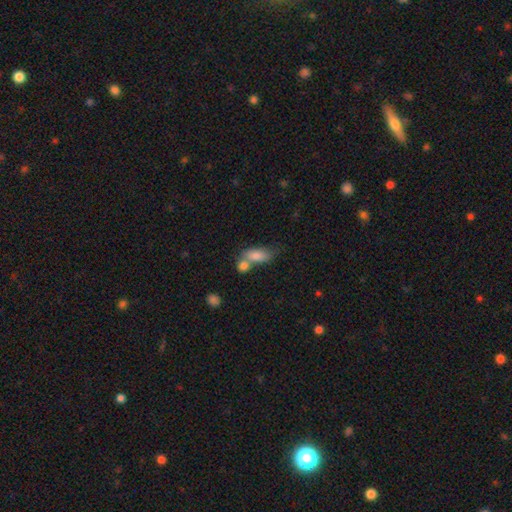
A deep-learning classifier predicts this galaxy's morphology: This appears to be a smooth galaxy with no disk features (80%) that is in between round and cigar-shaped (81%). Merging: merger (46%).